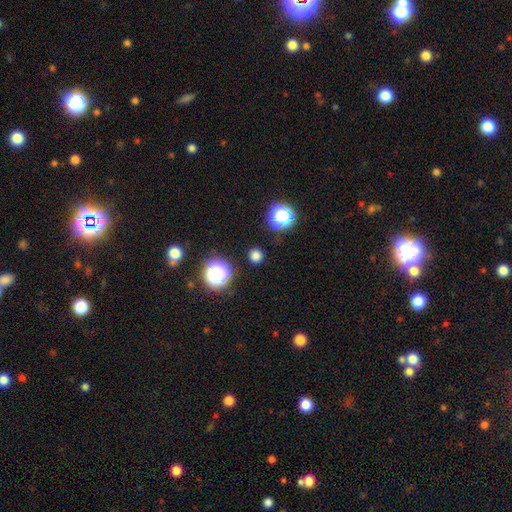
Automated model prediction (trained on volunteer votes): Morphology: type=smooth (75%); roundness=round (92%); merging=none (90%).